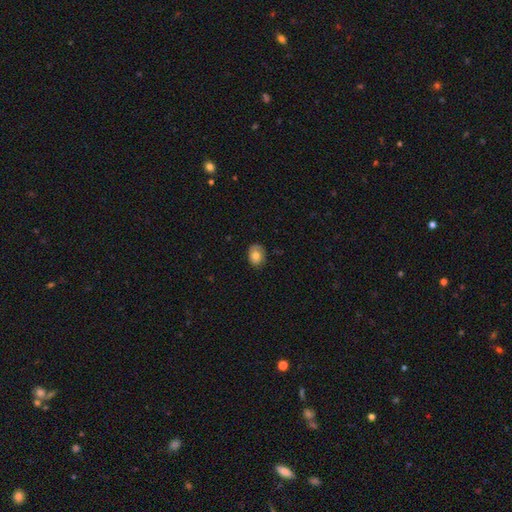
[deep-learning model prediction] Smooth or featured: smooth — 75% (featured or disk — 17%)
How rounded: in between — 57% (round — 42%)
Merging: none — 79% (minor disturbance — 17%)